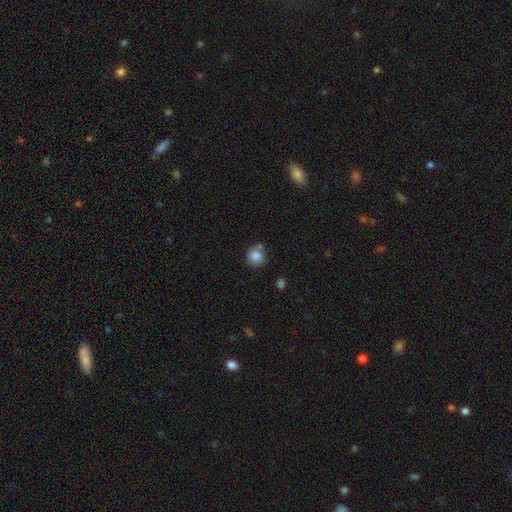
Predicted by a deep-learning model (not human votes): Overall: smooth (85%). How rounded: round (91%). Merging: none (72%).